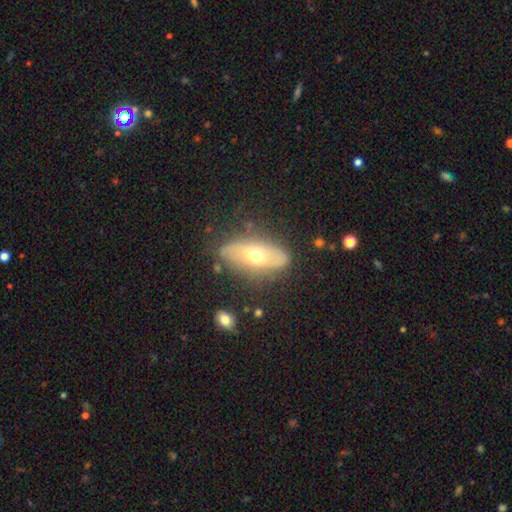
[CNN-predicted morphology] This appears to be a featured or disk galaxy (57%). Merging: none (75%).